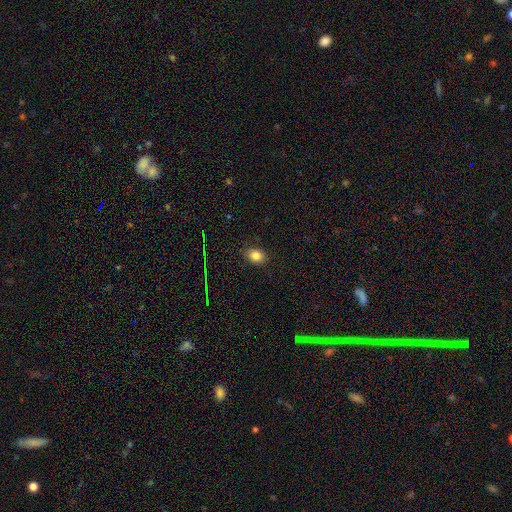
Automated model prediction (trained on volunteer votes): A smooth galaxy with no disk features (81%) that is in between round and cigar-shaped (65%).

Vote fractions:
- Smooth or featured? smooth: 81% / star or artifact: 13% / featured or disk: 6%
- How rounded? in between: 65% / round: 33% / cigar-shaped: 1%
- Merging? none: 85% / minor disturbance: 11% / major disturbance: 3% / merger: 1%